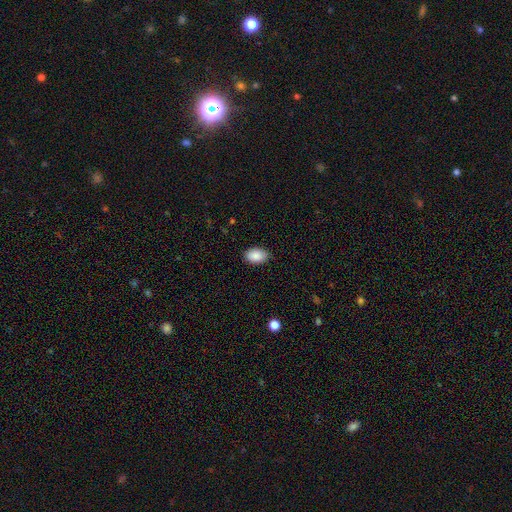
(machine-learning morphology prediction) type=smooth (88%); roundness=in between (89%); merging=none (84%).